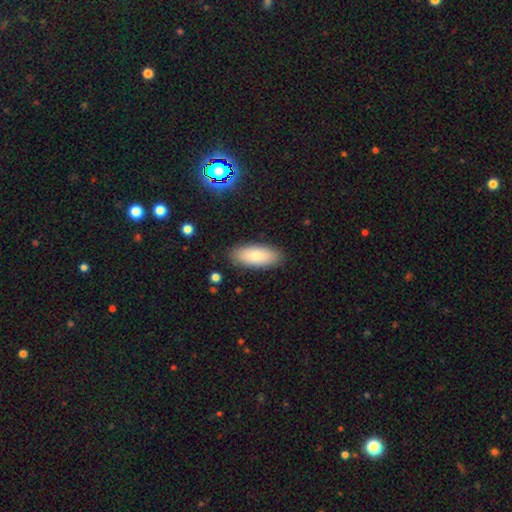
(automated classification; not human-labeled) A smooth galaxy with no disk features (82%) that is in between round and cigar-shaped (83%).

Vote fractions:
- Smooth or featured? smooth: 82% / featured or disk: 11% / star or artifact: 6%
- How rounded? in between: 83% / cigar-shaped: 15% / round: 2%
- Merging? none: 87% / minor disturbance: 9% / major disturbance: 2% / merger: 1%